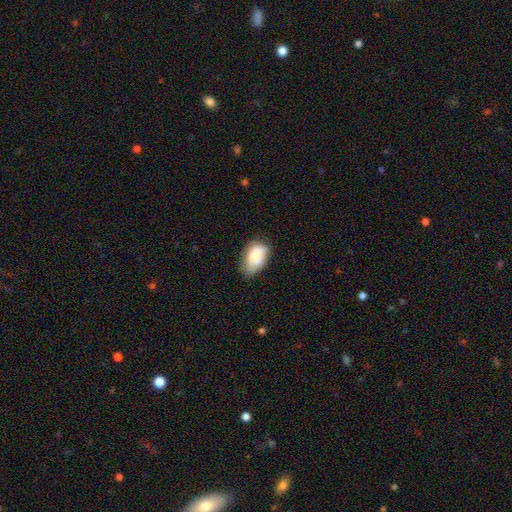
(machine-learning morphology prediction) Q: Smooth or featured?
A: smooth (78%); runner-up: featured or disk (15%)
Q: How rounded?
A: in between (89%); runner-up: round (9%)
Q: Merging?
A: none (53%); runner-up: minor disturbance (35%)